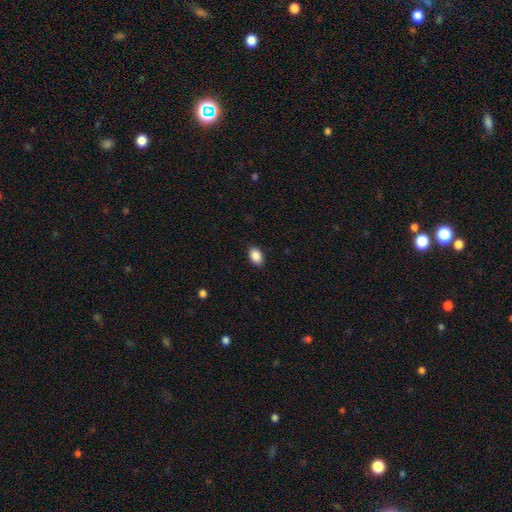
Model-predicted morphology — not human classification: Smooth or featured? smooth (89%)
How rounded? in between (85%)
Merging? none (88%)